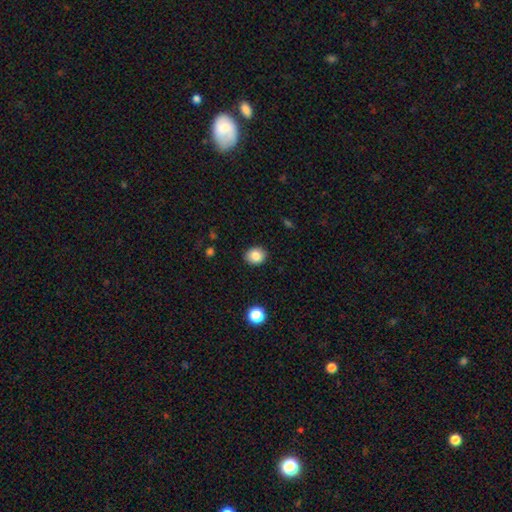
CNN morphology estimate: smooth 85%, star or artifact 9%, featured or disk 6%. Down the decision tree: how rounded — round (64%); merging — none (89%).